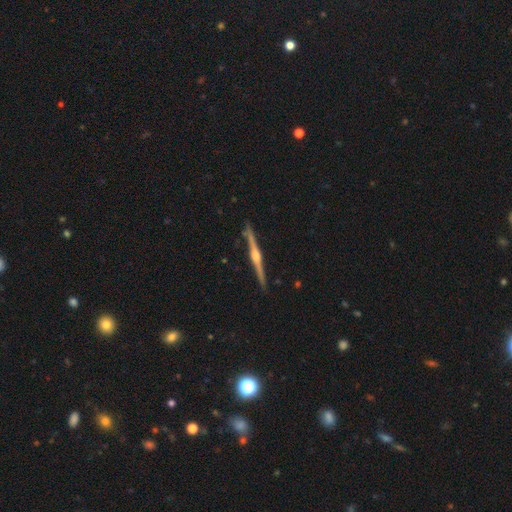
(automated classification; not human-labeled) Q: Smooth or featured?
A: featured or disk (87%); runner-up: smooth (8%)
Q: Edge-on disk?
A: yes (99%); runner-up: no (1%)
Q: Edge-on bulge?
A: rounded (91%); runner-up: boxy (5%)
Q: Merging?
A: none (90%); runner-up: minor disturbance (7%)